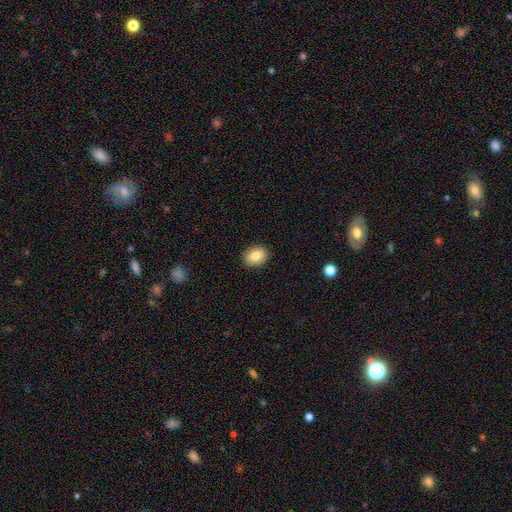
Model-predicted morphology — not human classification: smooth-or-featured: smooth: 82% | featured or disk: 10% | star or artifact: 8%
  how-rounded: in between: 52% | round: 47% | cigar-shaped: 1%
  merging: none: 90% | minor disturbance: 7% | major disturbance: 2% | merger: 1%